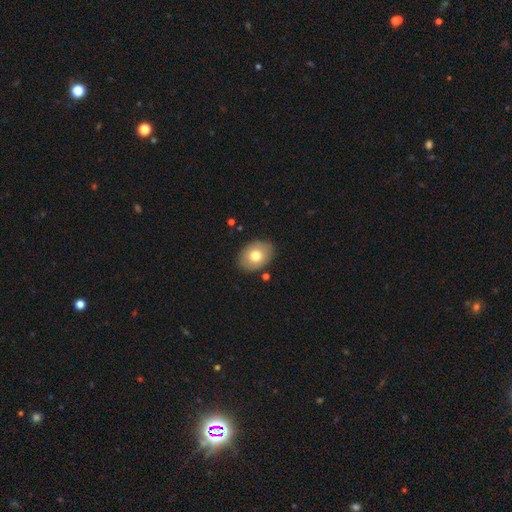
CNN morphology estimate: smooth 76%, featured or disk 17%, star or artifact 8%. Down the decision tree: how rounded — in between (71%); merging — none (85%).